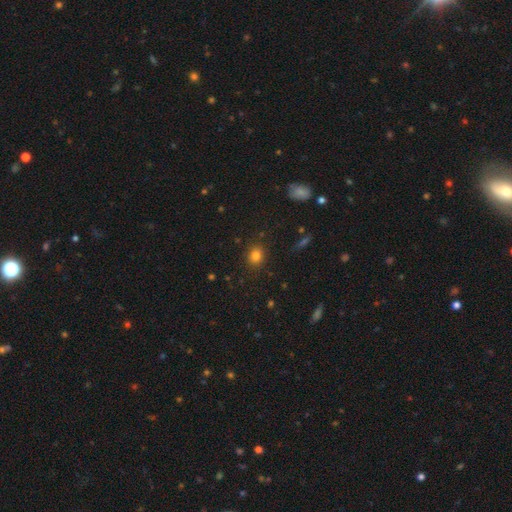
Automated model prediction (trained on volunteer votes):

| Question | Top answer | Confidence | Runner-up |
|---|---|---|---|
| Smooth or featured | smooth | 81% | star or artifact (13%) |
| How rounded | round | 64% | in between (35%) |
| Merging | none | 88% | minor disturbance (8%) |